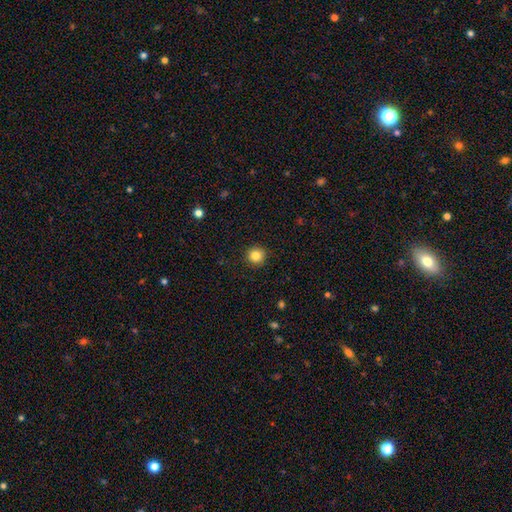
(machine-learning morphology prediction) type=smooth (84%); roundness=round (95%); merging=none (92%).